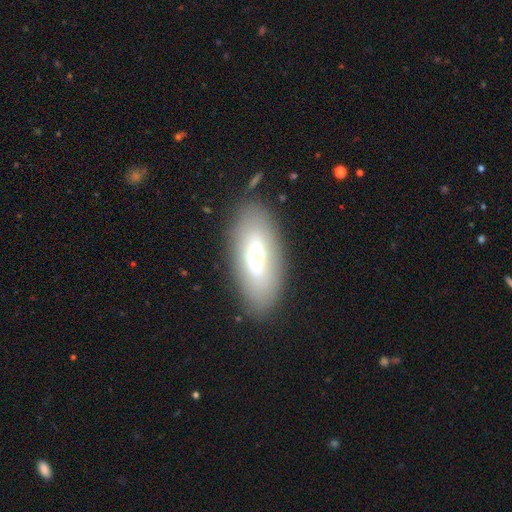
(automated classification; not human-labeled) Smooth or featured? smooth (57%)
How rounded? in between (82%)
Merging? none (81%)